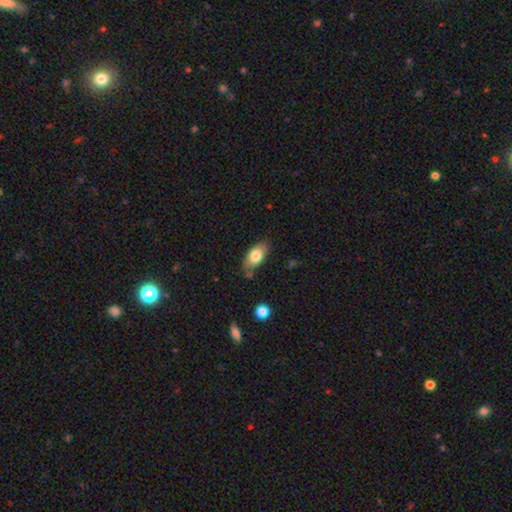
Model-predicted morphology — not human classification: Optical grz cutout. It shows a smooth galaxy with no disk features (80%) that is in between round and cigar-shaped (91%). Merging: none (74%).